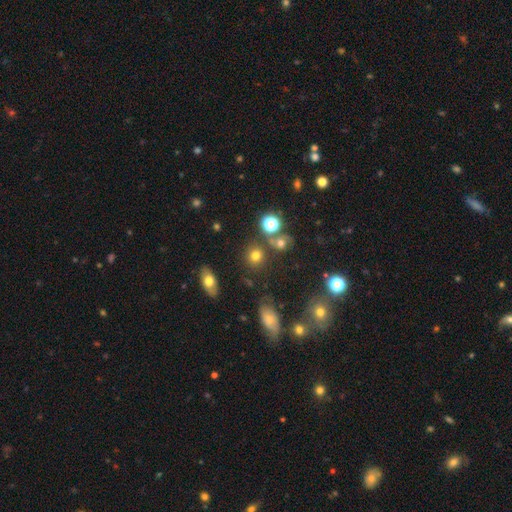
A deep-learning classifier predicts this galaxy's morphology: Q: Smooth or featured?
A: smooth (72%); runner-up: star or artifact (19%)
Q: How rounded?
A: round (83%); runner-up: in between (16%)
Q: Merging?
A: none (76%); runner-up: minor disturbance (11%)